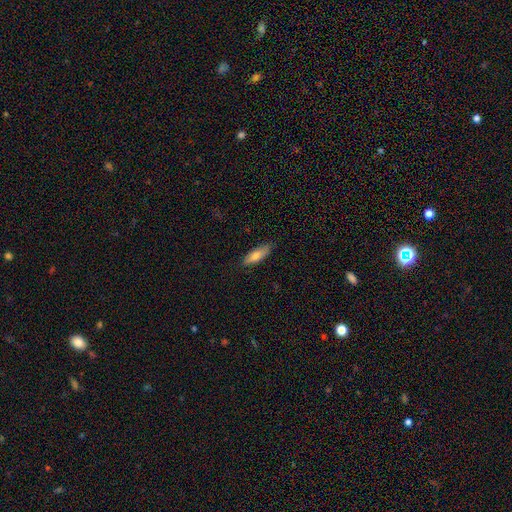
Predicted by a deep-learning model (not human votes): Smooth or featured?
  - smooth: 75% *
  - featured or disk: 19%
  - star or artifact: 6%
How rounded?
  - in between: 59% *
  - cigar-shaped: 39%
  - round: 2%
Merging?
  - none: 85% *
  - minor disturbance: 12%
  - major disturbance: 2%
  - merger: 1%